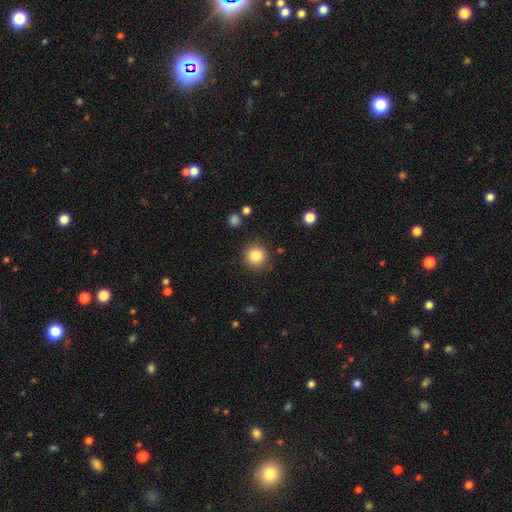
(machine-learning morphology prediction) smooth_or_featured: smooth (p=0.84) [alt: star or artifact p=0.10]
how_rounded: round (p=0.94) [alt: in between p=0.05]
merging: none (p=0.88) [alt: minor disturbance p=0.08]